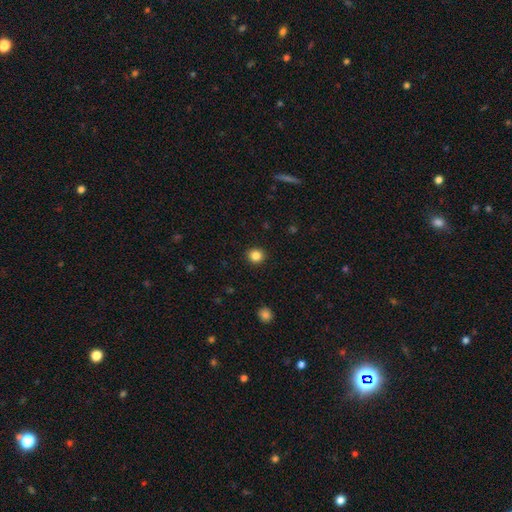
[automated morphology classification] A smooth galaxy with no disk features (84%) that is round (90%).

Vote fractions:
- Smooth or featured? smooth: 84% / star or artifact: 11% / featured or disk: 4%
- How rounded? round: 90% / in between: 9% / cigar-shaped: 1%
- Merging? none: 92% / minor disturbance: 5% / major disturbance: 2% / merger: 1%